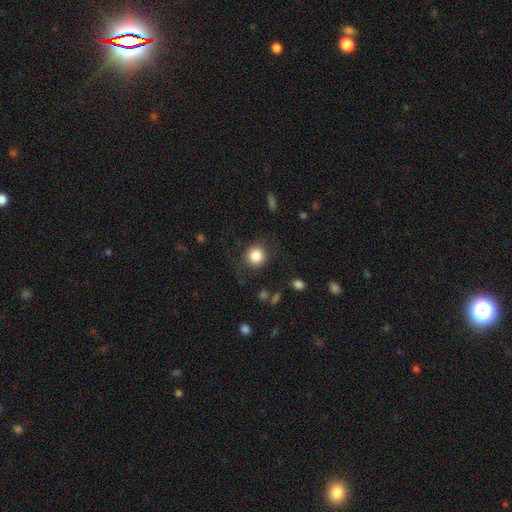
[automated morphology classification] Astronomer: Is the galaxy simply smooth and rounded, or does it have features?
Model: smooth — 84%.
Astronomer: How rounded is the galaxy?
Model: round — 92%.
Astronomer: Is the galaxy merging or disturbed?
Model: none — 84%.